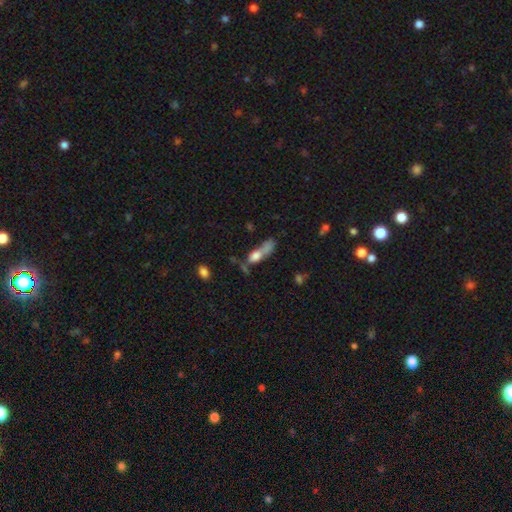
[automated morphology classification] Smooth or featured? smooth (65%)
How rounded? in between (57%)
Merging? merger (41%)